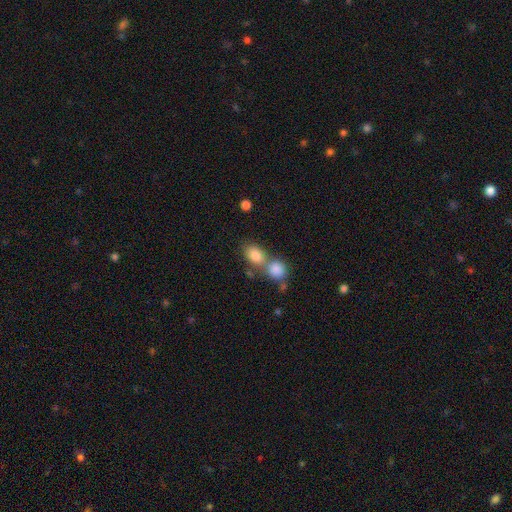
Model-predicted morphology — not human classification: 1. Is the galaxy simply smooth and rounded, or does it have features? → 84% smooth, 8% star or artifact, 8% featured or disk.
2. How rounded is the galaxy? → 72% in between, 26% round, 2% cigar-shaped.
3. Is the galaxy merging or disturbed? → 52% merger, 36% none, 8% minor disturbance, 4% major disturbance.